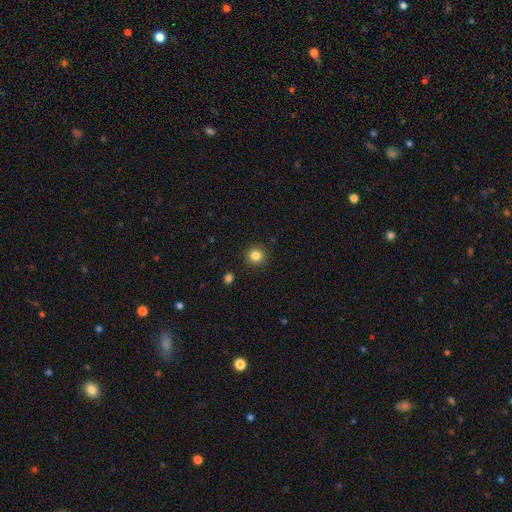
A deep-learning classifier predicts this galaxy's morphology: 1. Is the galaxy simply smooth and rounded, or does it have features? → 83% smooth, 12% star or artifact, 5% featured or disk.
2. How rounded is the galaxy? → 91% round, 8% in between, 1% cigar-shaped.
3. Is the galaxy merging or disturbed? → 91% none, 6% minor disturbance, 2% major disturbance, 1% merger.